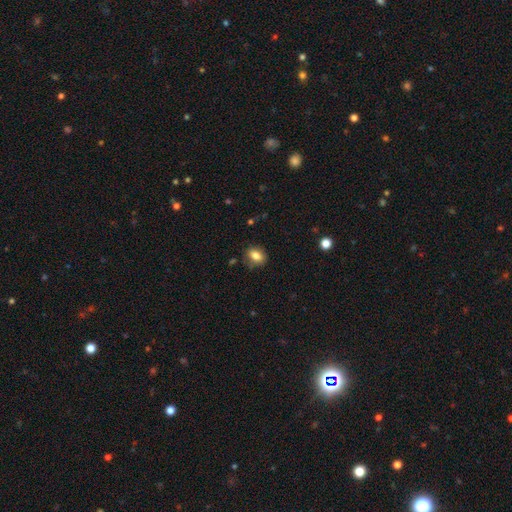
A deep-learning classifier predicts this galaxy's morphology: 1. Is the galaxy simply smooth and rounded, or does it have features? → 81% smooth, 9% star or artifact, 9% featured or disk.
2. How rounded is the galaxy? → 58% in between, 40% round, 1% cigar-shaped.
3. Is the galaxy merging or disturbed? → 79% none, 16% minor disturbance, 4% major disturbance, 2% merger.